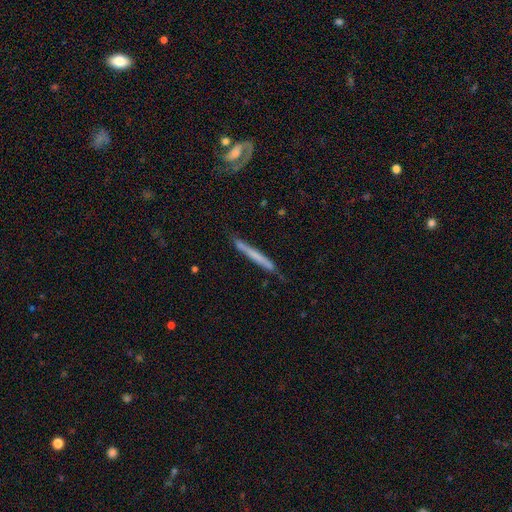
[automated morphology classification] Q: Smooth or featured?
A: smooth (48%); runner-up: featured or disk (46%)
Q: Merging?
A: none (77%); runner-up: minor disturbance (16%)